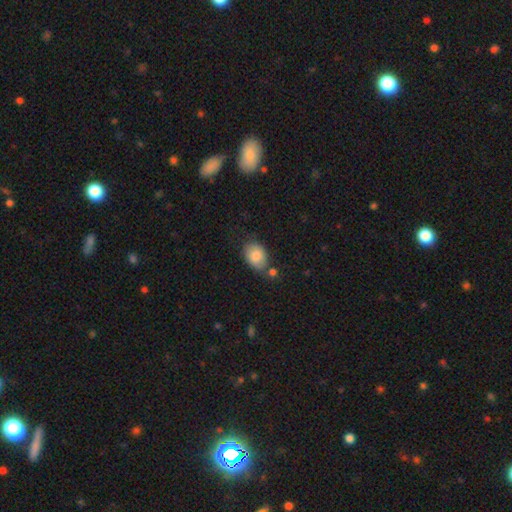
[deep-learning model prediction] This appears to be a smooth galaxy with no disk features (83%) that is in between round and cigar-shaped (74%). Merging: none (64%).